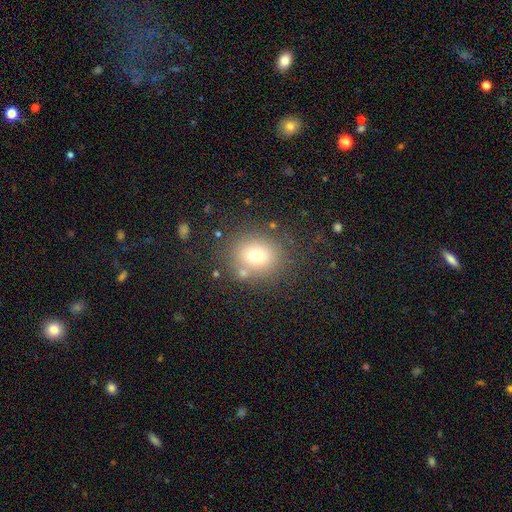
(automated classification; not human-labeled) This is likely a smooth galaxy (71%). How rounded: likely round (75%). Merging: likely none (77%).